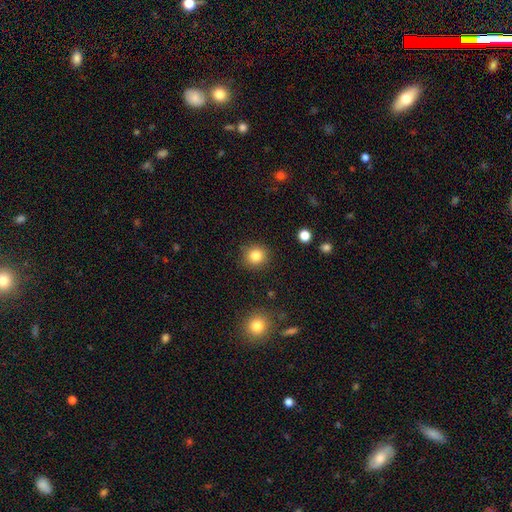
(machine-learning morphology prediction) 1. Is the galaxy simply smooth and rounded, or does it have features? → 83% smooth, 11% star or artifact, 6% featured or disk.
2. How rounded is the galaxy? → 91% round, 8% in between, 1% cigar-shaped.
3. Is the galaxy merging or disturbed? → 90% none, 7% minor disturbance, 2% major disturbance, 1% merger.